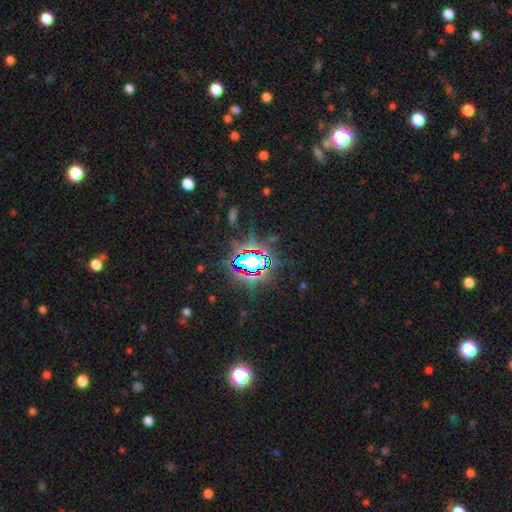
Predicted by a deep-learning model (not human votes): A star or artifact, not a galaxy (76%).